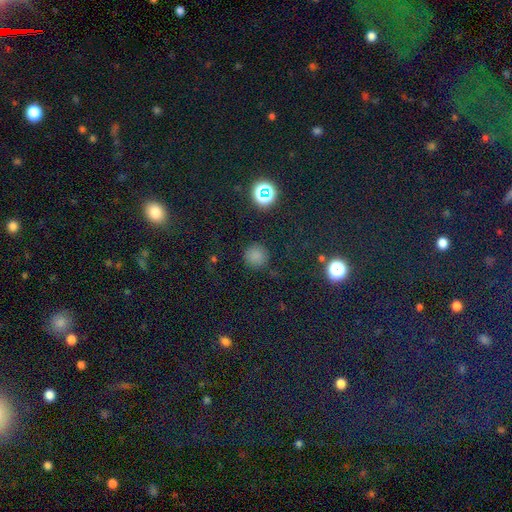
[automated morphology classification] This appears to be a smooth galaxy with no disk features (72%) that is round (94%). Merging: none (85%).